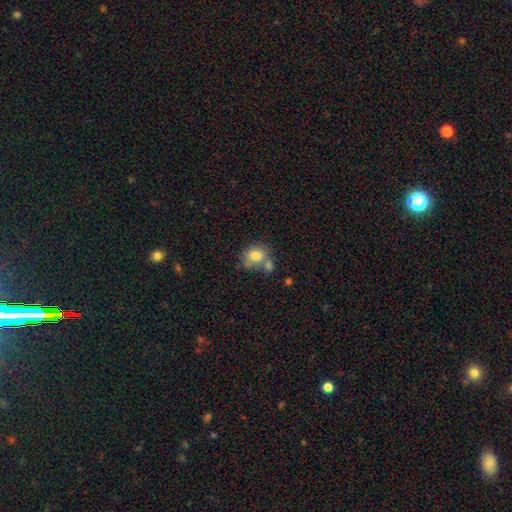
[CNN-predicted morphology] Smooth or featured? Predicted: smooth (p=0.77). How rounded? Predicted: round (p=0.57). Merging? Predicted: none (p=0.47).